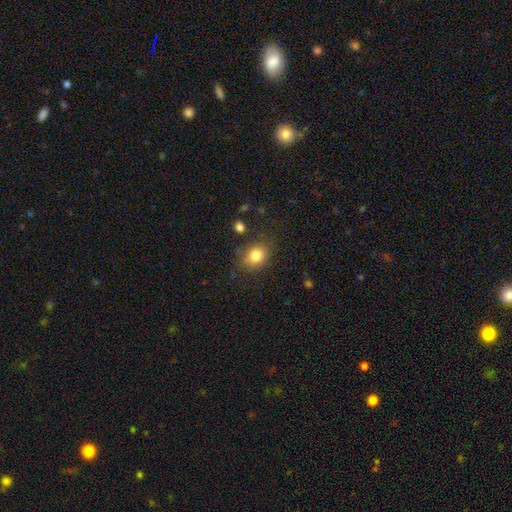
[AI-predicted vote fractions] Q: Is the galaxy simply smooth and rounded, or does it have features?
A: smooth — 81%.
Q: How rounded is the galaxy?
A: round — 52%.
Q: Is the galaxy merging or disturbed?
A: none — 75%.